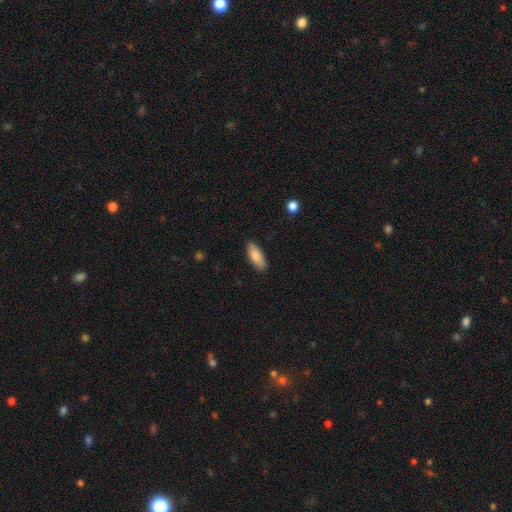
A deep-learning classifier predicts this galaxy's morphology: Q: Smooth or featured?
A: smooth (84%); runner-up: featured or disk (10%)
Q: How rounded?
A: in between (77%); runner-up: cigar-shaped (21%)
Q: Merging?
A: none (88%); runner-up: minor disturbance (9%)